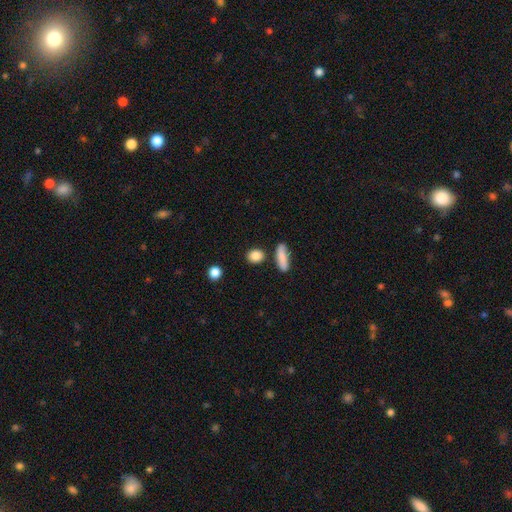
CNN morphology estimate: smooth_or_featured: smooth (p=0.86) [alt: star or artifact p=0.08]
how_rounded: round (p=0.53) [alt: in between p=0.41]
merging: none (p=0.82) [alt: minor disturbance p=0.10]